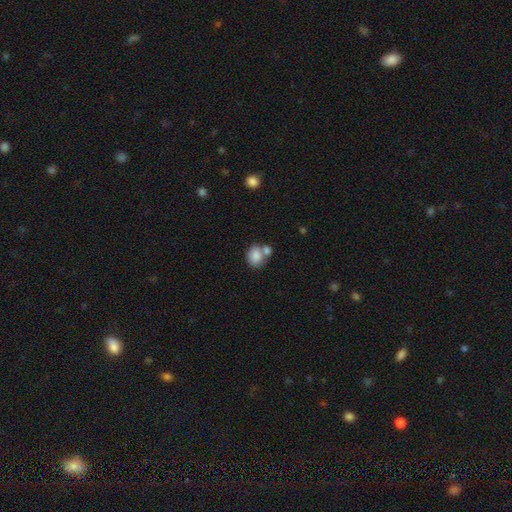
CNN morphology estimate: Q: Smooth or featured?
A: smooth (82%); runner-up: featured or disk (9%)
Q: How rounded?
A: round (50%); runner-up: in between (48%)
Q: Merging?
A: merger (43%); runner-up: none (41%)